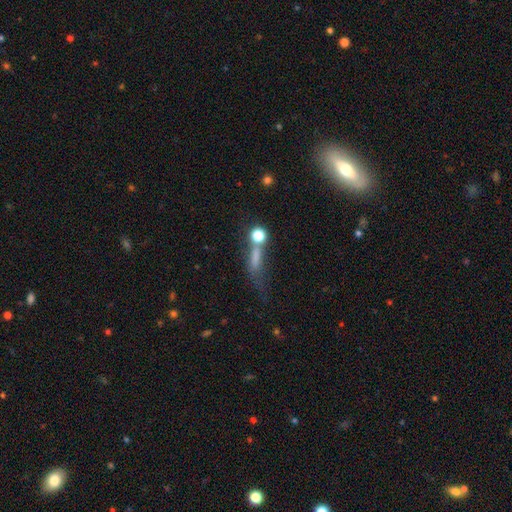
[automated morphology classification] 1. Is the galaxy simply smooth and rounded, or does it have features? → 49% smooth, 27% featured or disk, 24% star or artifact.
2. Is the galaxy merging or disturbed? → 38% none, 24% major disturbance, 20% merger, 18% minor disturbance.